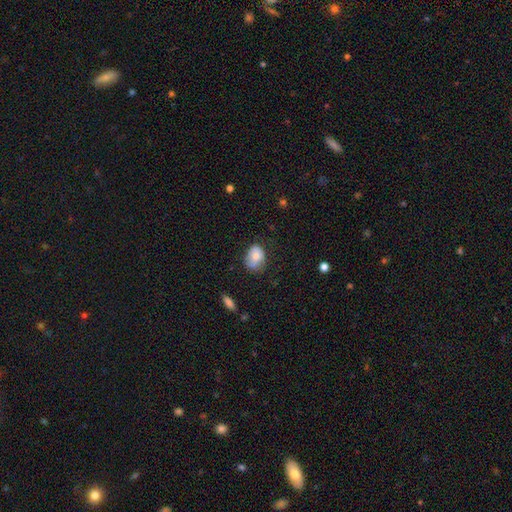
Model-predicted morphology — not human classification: A smooth galaxy with no disk features (72%) that is in between round and cigar-shaped (71%).

Vote fractions:
- Smooth or featured? smooth: 72% / featured or disk: 20% / star or artifact: 8%
- How rounded? in between: 71% / round: 28% / cigar-shaped: 1%
- Merging? none: 50% / minor disturbance: 35% / major disturbance: 12% / merger: 3%